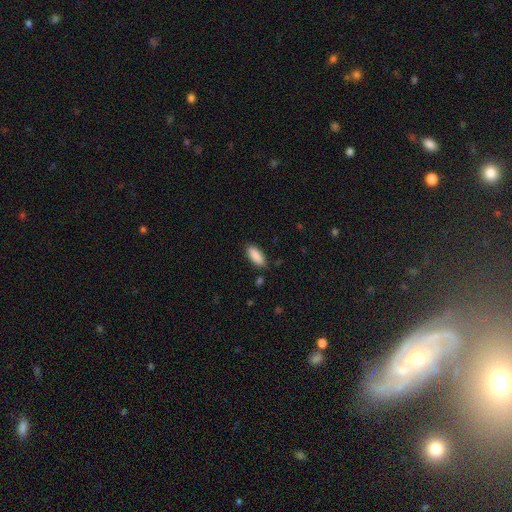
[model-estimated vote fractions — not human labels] smooth-or-featured: smooth: 90% | star or artifact: 6% | featured or disk: 4%
  how-rounded: in between: 80% | cigar-shaped: 18% | round: 2%
  merging: none: 85% | minor disturbance: 11% | major disturbance: 2% | merger: 2%